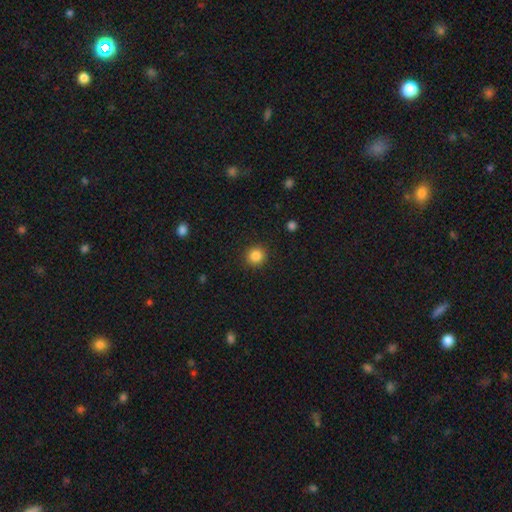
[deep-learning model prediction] Q: Smooth or featured?
A: smooth (85%); runner-up: star or artifact (11%)
Q: How rounded?
A: round (92%); runner-up: in between (7%)
Q: Merging?
A: none (92%); runner-up: minor disturbance (5%)